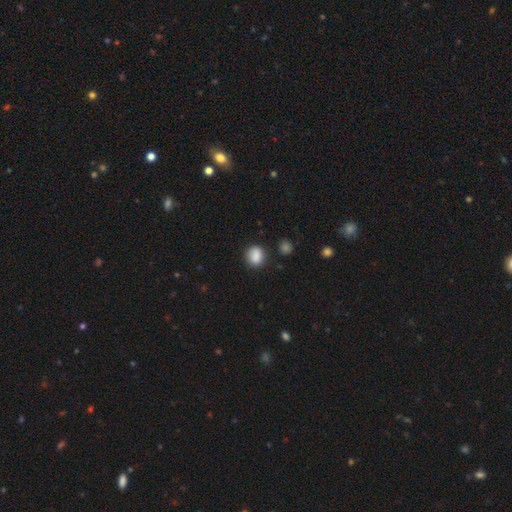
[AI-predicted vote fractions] Smooth or featured?
  - smooth: 85% *
  - star or artifact: 9%
  - featured or disk: 6%
How rounded?
  - round: 56% *
  - in between: 42%
  - cigar-shaped: 1%
Merging?
  - none: 74% *
  - minor disturbance: 16%
  - merger: 5%
  - major disturbance: 4%